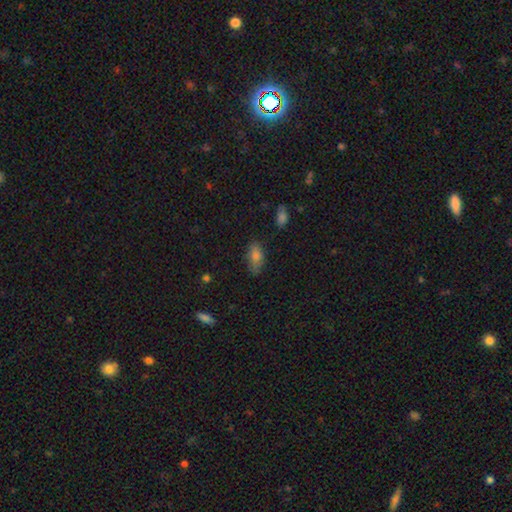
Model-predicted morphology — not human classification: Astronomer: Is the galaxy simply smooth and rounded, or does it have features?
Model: smooth — 75%.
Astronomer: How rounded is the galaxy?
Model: in between — 81%.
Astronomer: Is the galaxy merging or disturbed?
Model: none — 75%.